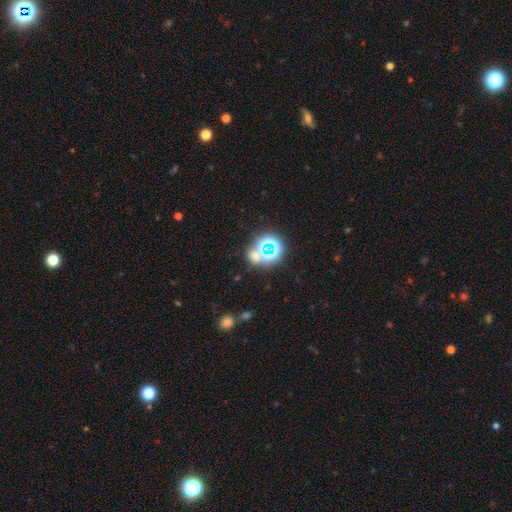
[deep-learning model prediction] This appears to be a star or artifact, not a galaxy (53%).